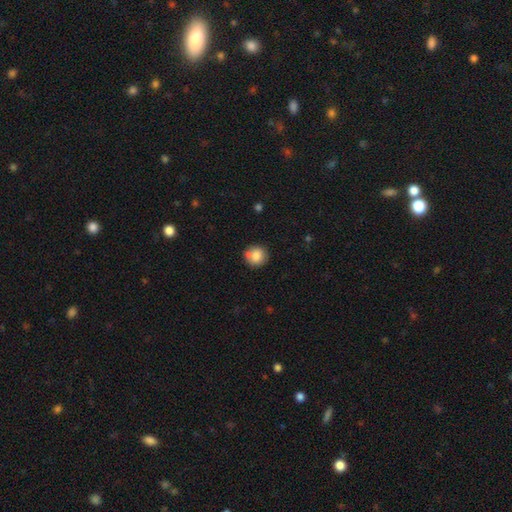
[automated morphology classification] Q: Smooth or featured?
A: smooth (82%); runner-up: featured or disk (9%)
Q: How rounded?
A: round (90%); runner-up: in between (9%)
Q: Merging?
A: none (77%); runner-up: minor disturbance (14%)